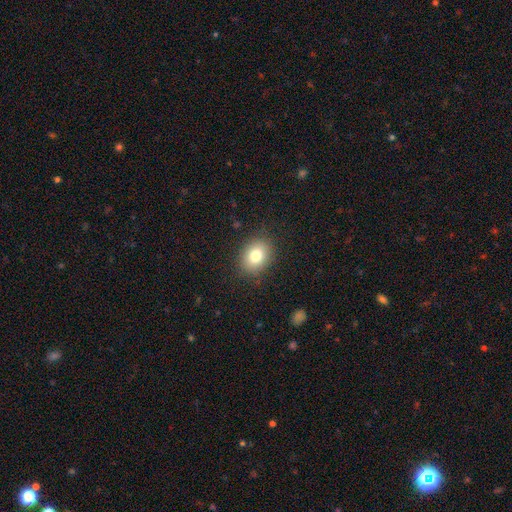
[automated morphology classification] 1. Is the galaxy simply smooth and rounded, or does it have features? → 79% smooth, 11% featured or disk, 10% star or artifact.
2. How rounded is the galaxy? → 58% in between, 41% round, 1% cigar-shaped.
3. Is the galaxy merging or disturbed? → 86% none, 10% minor disturbance, 3% major disturbance, 1% merger.